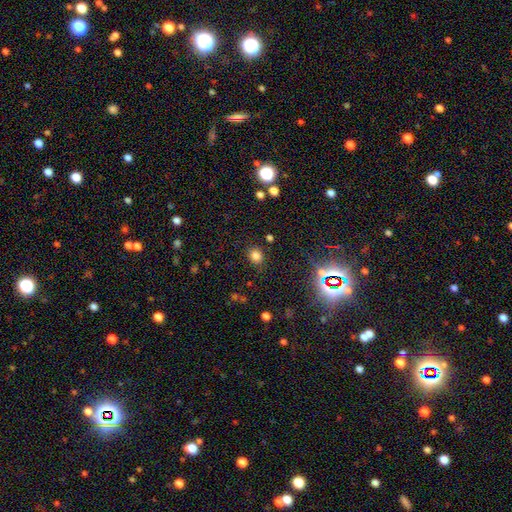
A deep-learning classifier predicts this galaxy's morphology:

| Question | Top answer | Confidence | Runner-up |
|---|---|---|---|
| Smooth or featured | smooth | 76% | star or artifact (18%) |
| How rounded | round | 74% | in between (25%) |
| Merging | none | 86% | minor disturbance (9%) |